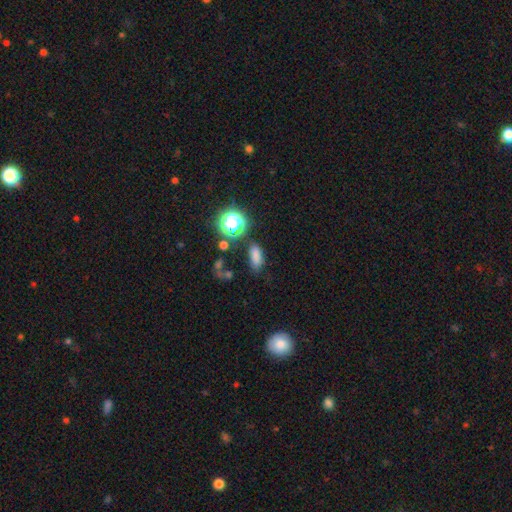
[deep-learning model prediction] A smooth galaxy with no disk features (73%) that is in between round and cigar-shaped (74%). Merging: none (71%).